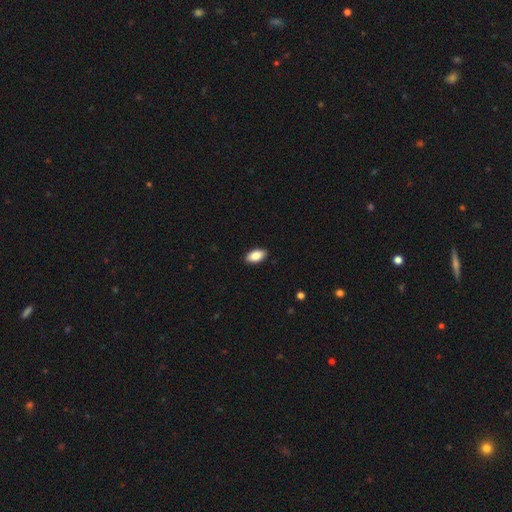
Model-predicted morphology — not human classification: smooth 88%, star or artifact 7%, featured or disk 5%. Down the decision tree: how rounded — in between (94%); merging — none (89%).